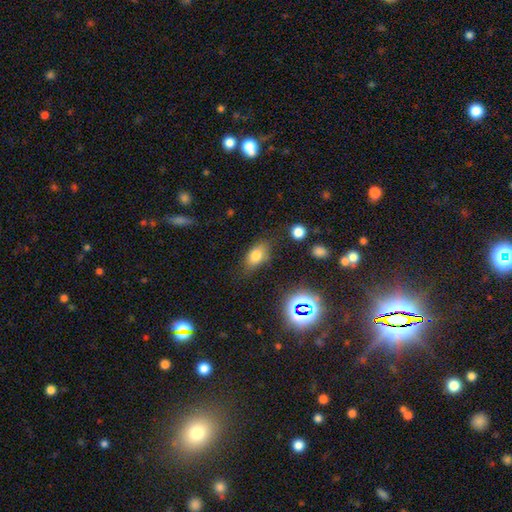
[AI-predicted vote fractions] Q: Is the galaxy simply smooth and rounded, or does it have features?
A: smooth — 74%.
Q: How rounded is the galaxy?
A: in between — 84%.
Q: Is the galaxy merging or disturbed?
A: none — 75%.